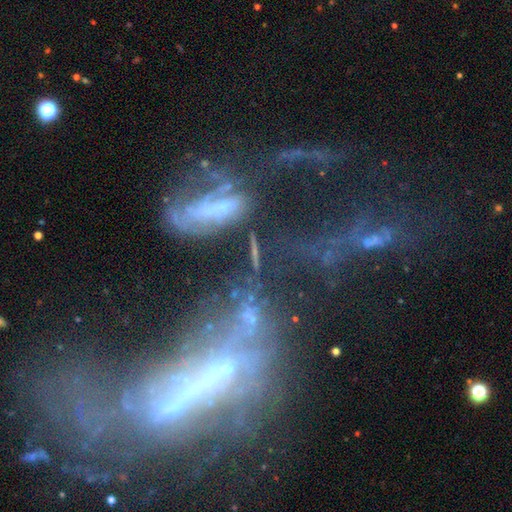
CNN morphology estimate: This appears to be a featured or disk galaxy (47%). Merging: major disturbance (33%).